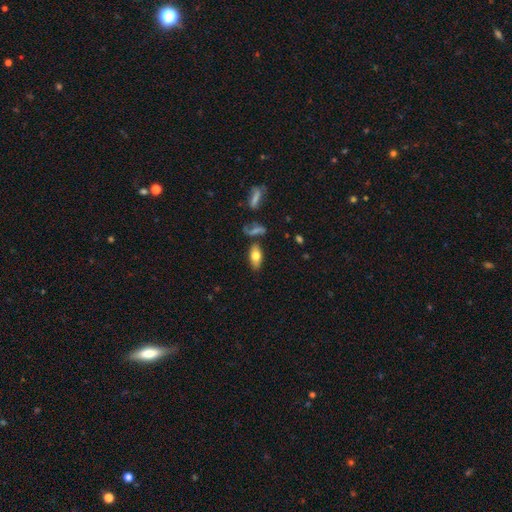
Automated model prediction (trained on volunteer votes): Morphology: type=smooth (72%); roundness=in between (87%); merging=none (73%).